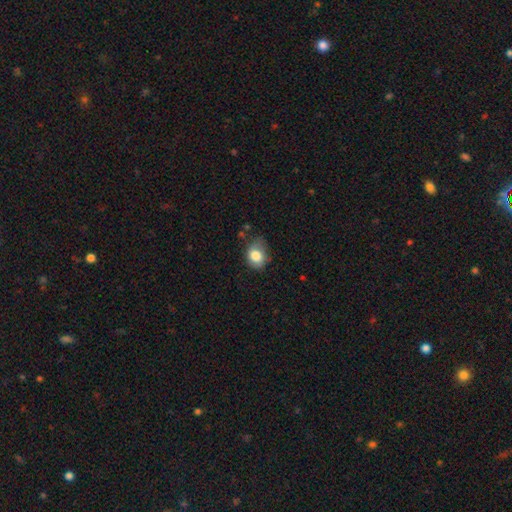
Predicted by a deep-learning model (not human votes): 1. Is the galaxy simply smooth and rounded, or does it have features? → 81% smooth, 10% featured or disk, 8% star or artifact.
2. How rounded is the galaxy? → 53% in between, 46% round, 1% cigar-shaped.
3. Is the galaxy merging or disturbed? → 47% none, 36% minor disturbance, 14% major disturbance, 3% merger.